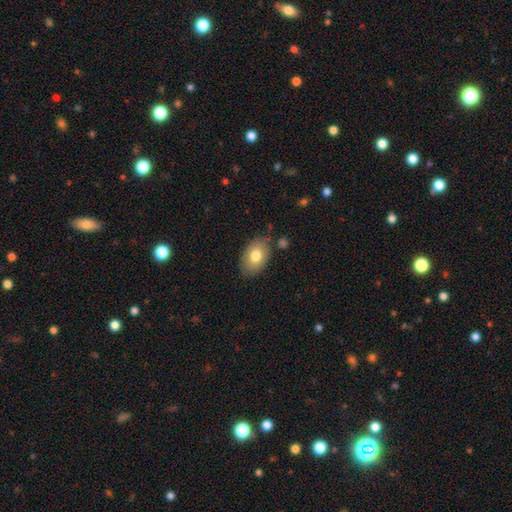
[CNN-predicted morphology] Smooth or featured? Predicted: smooth (p=0.77). How rounded? Predicted: in between (p=0.86). Merging? Predicted: none (p=0.78).